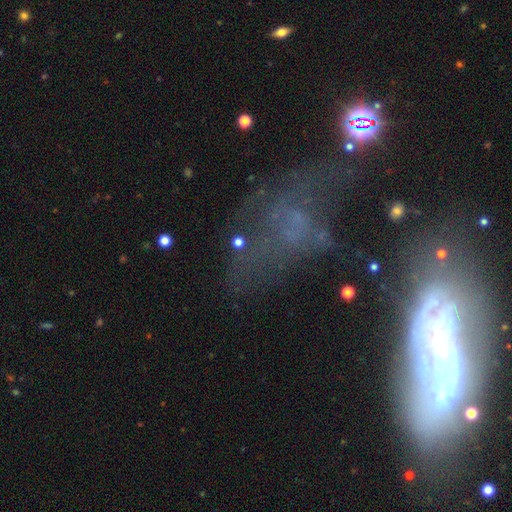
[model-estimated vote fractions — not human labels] Smooth or featured: featured or disk — 42% (star or artifact — 33%)
Merging: major disturbance — 35% (none — 33%)